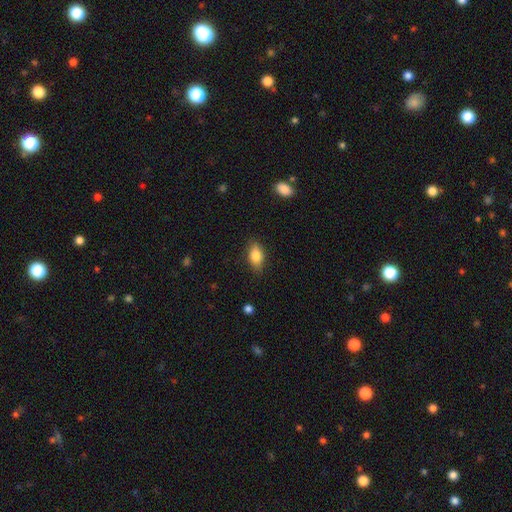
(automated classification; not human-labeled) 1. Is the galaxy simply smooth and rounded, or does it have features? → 82% smooth, 10% featured or disk, 8% star or artifact.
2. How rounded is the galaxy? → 86% in between, 9% round, 5% cigar-shaped.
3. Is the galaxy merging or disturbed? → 83% none, 13% minor disturbance, 3% major disturbance, 1% merger.